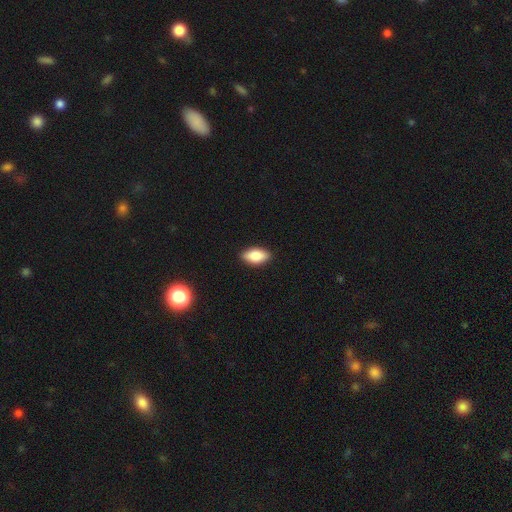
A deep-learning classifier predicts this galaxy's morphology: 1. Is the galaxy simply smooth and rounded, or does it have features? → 80% smooth, 13% featured or disk, 7% star or artifact.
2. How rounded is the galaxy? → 89% in between, 7% cigar-shaped, 4% round.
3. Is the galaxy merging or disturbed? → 89% none, 8% minor disturbance, 2% major disturbance, 1% merger.